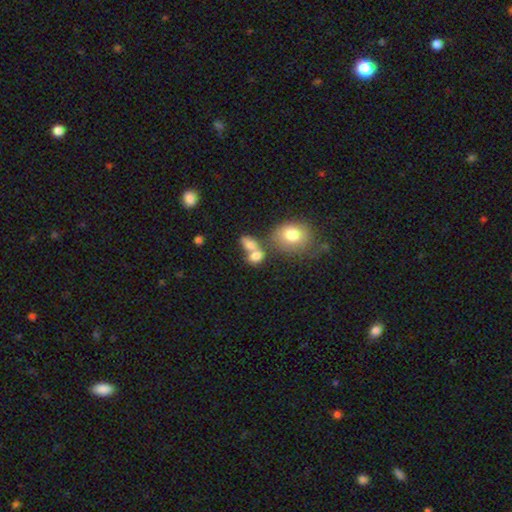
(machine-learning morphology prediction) smooth_or_featured: smooth (p=0.76) [alt: featured or disk p=0.13]
how_rounded: in between (p=0.59) [alt: round p=0.38]
merging: merger (p=0.53) [alt: none p=0.31]